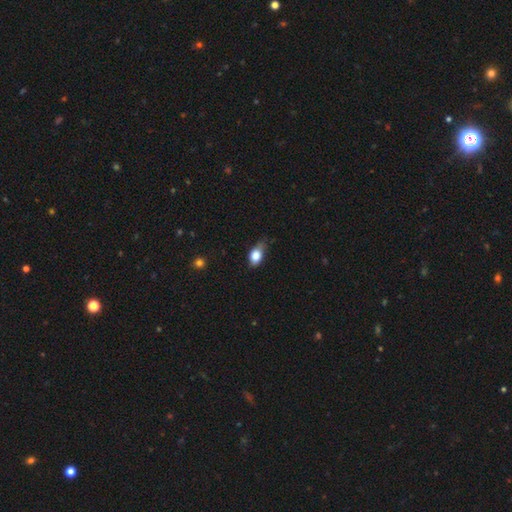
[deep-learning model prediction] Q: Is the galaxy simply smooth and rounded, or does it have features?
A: smooth — 80%.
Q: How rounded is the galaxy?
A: in between — 78%.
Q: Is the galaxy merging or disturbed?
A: minor disturbance — 43%.